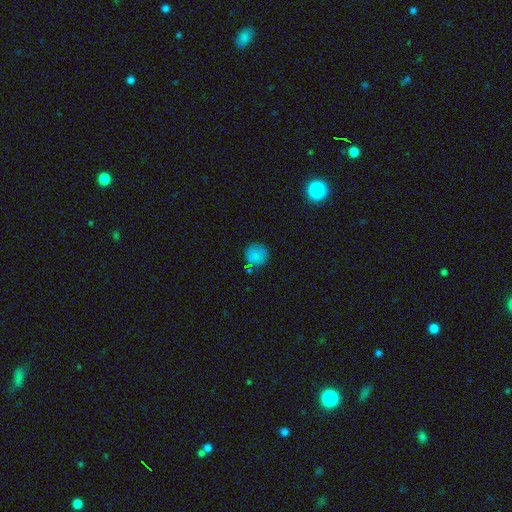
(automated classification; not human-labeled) Smooth or featured: smooth — 79% (star or artifact — 14%)
How rounded: round — 89% (in between — 10%)
Merging: none — 75% (minor disturbance — 15%)